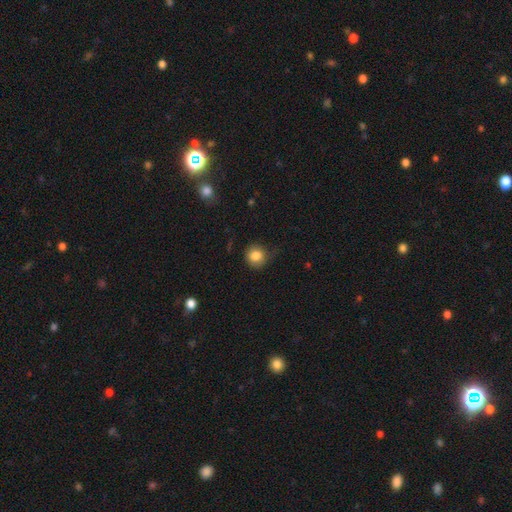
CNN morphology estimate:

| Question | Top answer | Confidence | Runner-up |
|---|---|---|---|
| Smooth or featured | smooth | 84% | star or artifact (9%) |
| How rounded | round | 90% | in between (9%) |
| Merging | none | 70% | minor disturbance (22%) |